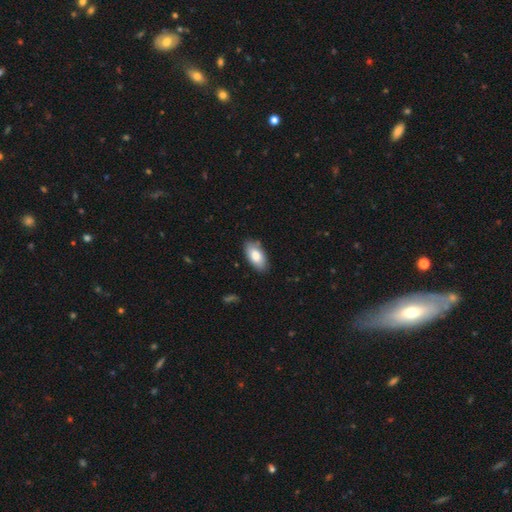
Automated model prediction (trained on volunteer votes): This appears to be a smooth galaxy with no disk features (81%) that is in between round and cigar-shaped (93%). Merging: none (83%).